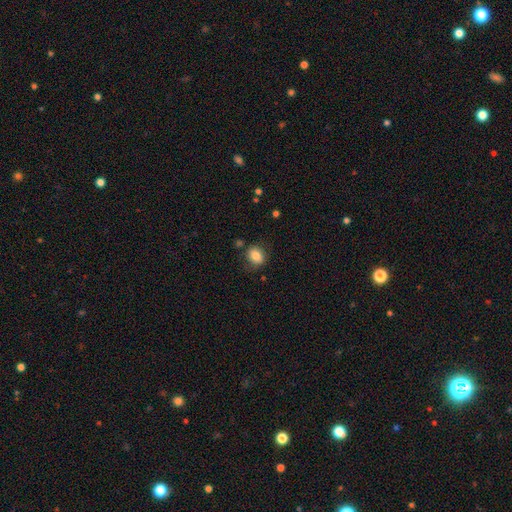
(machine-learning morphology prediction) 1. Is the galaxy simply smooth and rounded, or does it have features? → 82% smooth, 9% featured or disk, 9% star or artifact.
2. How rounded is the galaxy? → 51% round, 48% in between, 1% cigar-shaped.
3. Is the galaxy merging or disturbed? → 76% none, 16% minor disturbance, 5% major disturbance, 3% merger.